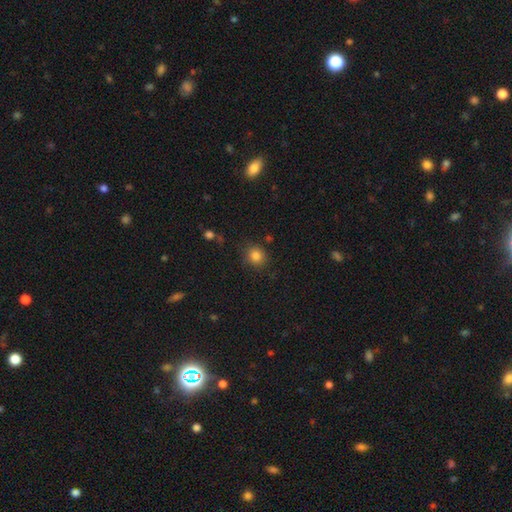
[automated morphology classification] The model was most divided on "how rounded": round: 79%, in between: 20%, cigar-shaped: 1%. More confident: smooth or featured — smooth (83%); merging — none (82%).